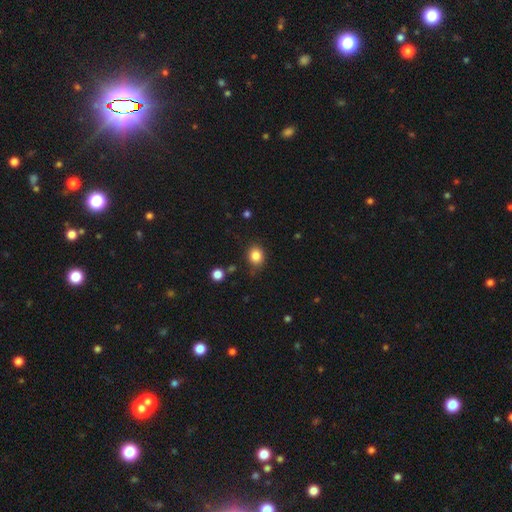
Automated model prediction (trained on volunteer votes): This is clearly a smooth galaxy (84%). How rounded: likely round (64%). Merging: clearly none (80%).